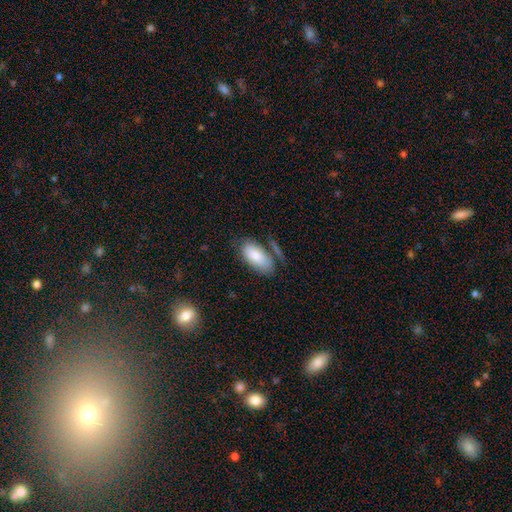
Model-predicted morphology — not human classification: Smooth or featured?
  - smooth: 82% *
  - featured or disk: 12%
  - star or artifact: 6%
How rounded?
  - in between: 93% *
  - cigar-shaped: 5%
  - round: 2%
Merging?
  - none: 63% *
  - minor disturbance: 19%
  - merger: 11%
  - major disturbance: 7%